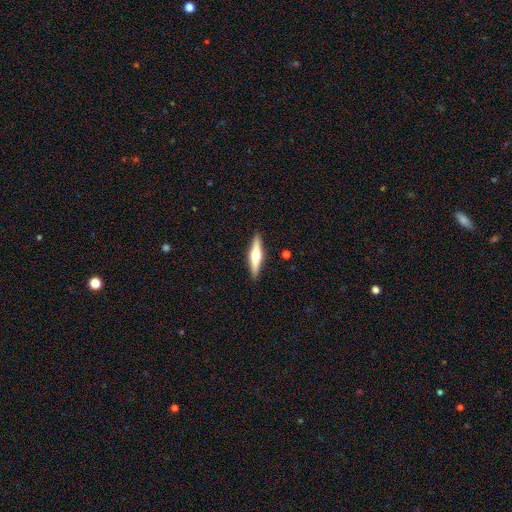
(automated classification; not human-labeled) Smooth or featured: featured or disk — 56% (smooth — 38%)
Edge-on disk: yes — 96% (no — 4%)
Edge-on bulge: rounded — 93% (boxy — 4%)
Merging: none — 90% (minor disturbance — 7%)